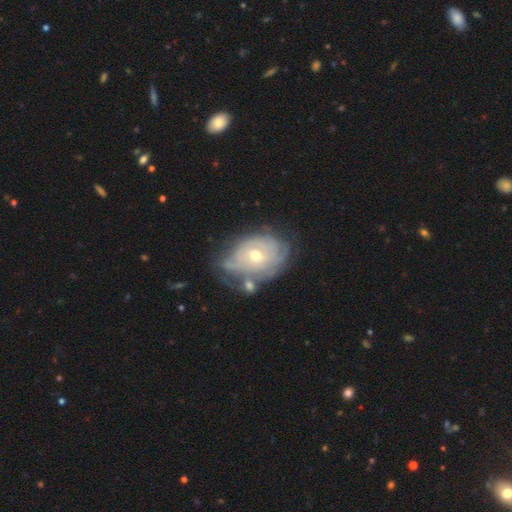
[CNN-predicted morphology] This appears to be a featured or disk galaxy (76%) with no bar (76%), tight (72%) spiral arms (81%) and a moderate central bulge (56%). Merging: none (49%).